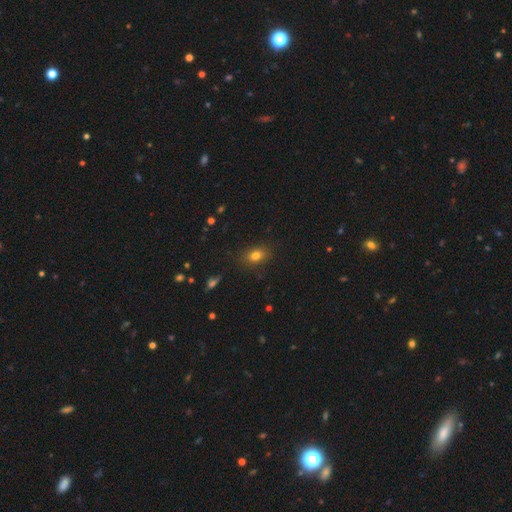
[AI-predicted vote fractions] This is likely a smooth galaxy (78%). How rounded: likely in between (67%). Merging: clearly none (85%).